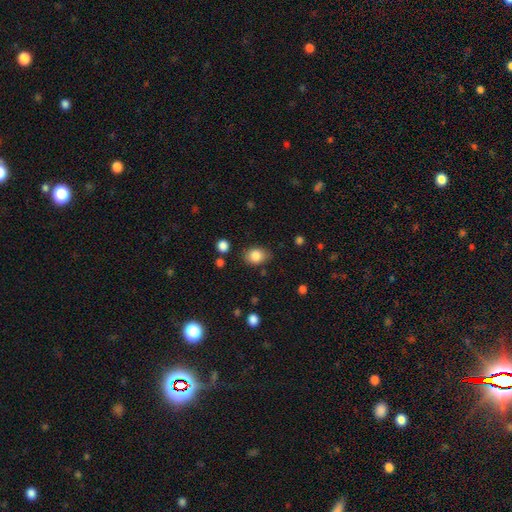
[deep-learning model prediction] A smooth galaxy with no disk features (85%) that is in between round and cigar-shaped (68%). Merging: none (78%).